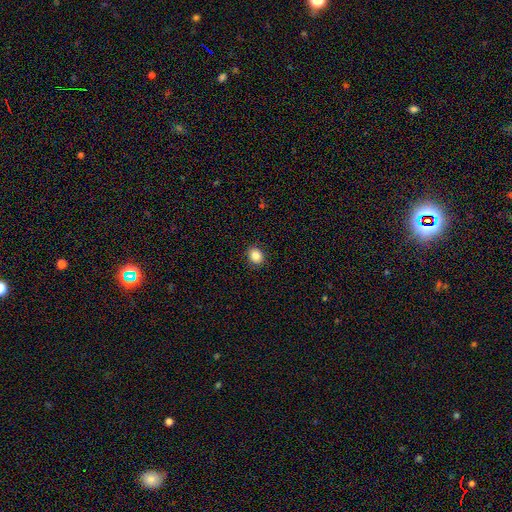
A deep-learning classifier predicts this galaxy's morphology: Smooth or featured? Predicted: smooth (p=0.85). How rounded? Predicted: round (p=0.72). Merging? Predicted: none (p=0.91).